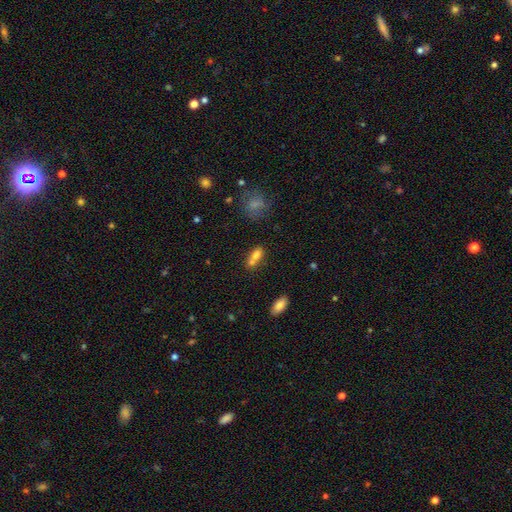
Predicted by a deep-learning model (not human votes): A smooth galaxy with no disk features (73%) that is in between round and cigar-shaped (72%). Merging: merger (60%).